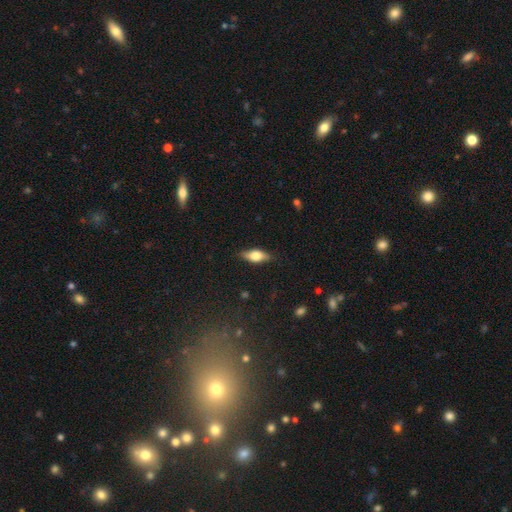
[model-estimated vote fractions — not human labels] smooth-or-featured: smooth: 61% | featured or disk: 32% | star or artifact: 7%
  how-rounded: in between: 76% | cigar-shaped: 20% | round: 4%
  merging: none: 85% | minor disturbance: 12% | major disturbance: 3% | merger: 1%